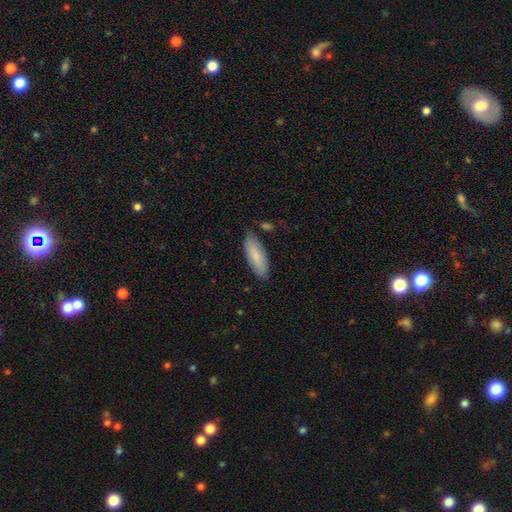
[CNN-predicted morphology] smooth 80%, featured or disk 14%, star or artifact 6%. Down the decision tree: how rounded — in between (64%); merging — none (79%).